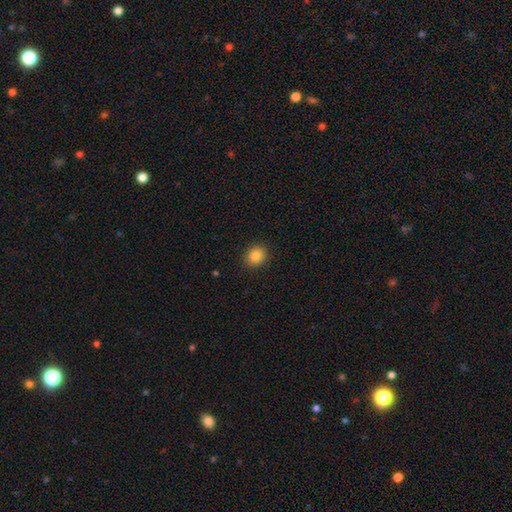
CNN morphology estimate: This appears to be a smooth galaxy with no disk features (85%) that is round (69%). Merging: none (90%).